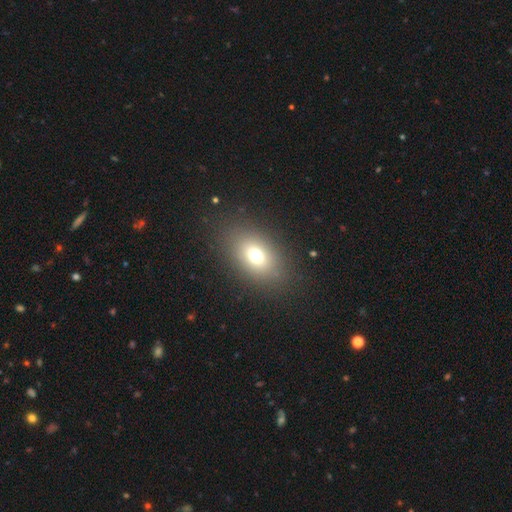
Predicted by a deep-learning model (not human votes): A smooth galaxy with no disk features (71%) that is in between round and cigar-shaped (76%). Merging: none (85%).